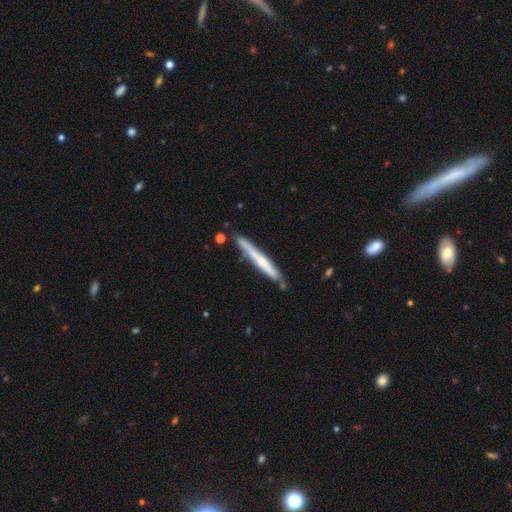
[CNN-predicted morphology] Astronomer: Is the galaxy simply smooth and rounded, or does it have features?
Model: featured or disk — 55% (runner-up: smooth, 39%).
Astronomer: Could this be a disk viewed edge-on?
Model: yes — 92%.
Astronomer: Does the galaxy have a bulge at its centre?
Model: none — 55% (runner-up: rounded, 36%).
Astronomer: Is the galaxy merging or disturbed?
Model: none — 76%.